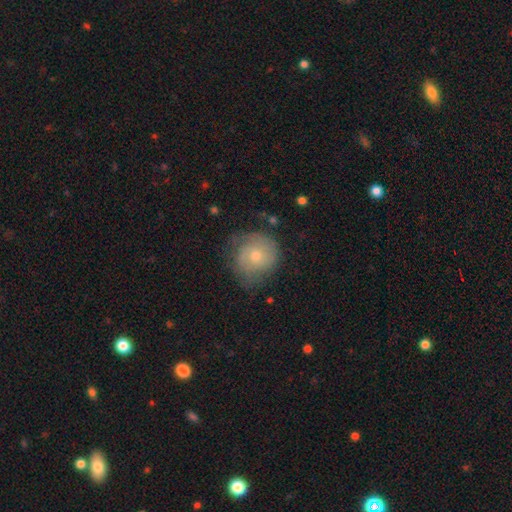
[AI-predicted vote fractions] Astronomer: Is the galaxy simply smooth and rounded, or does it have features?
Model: smooth — 46%, tied with featured or disk at 46%.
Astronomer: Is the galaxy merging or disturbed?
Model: none — 61%.